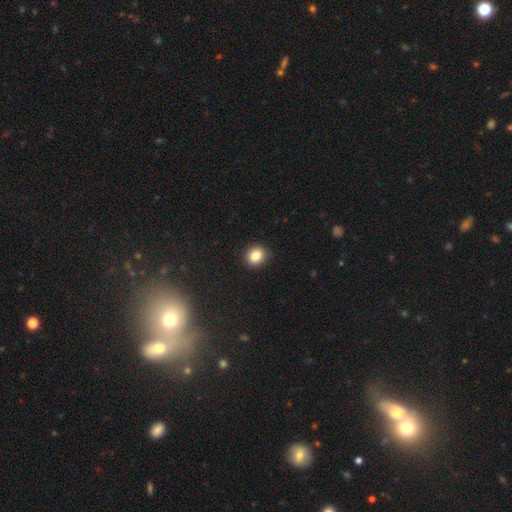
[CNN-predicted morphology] This is clearly a smooth galaxy (83%). How rounded: likely round (76%). Merging: clearly none (92%).